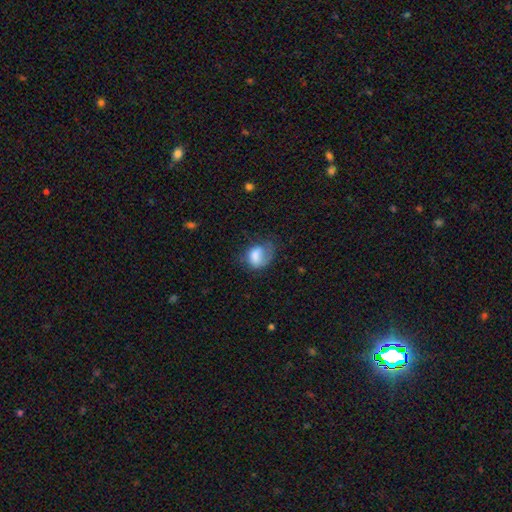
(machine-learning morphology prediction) type=smooth (69%); roundness=in between (64%); merging=major disturbance (34%, tied with none).